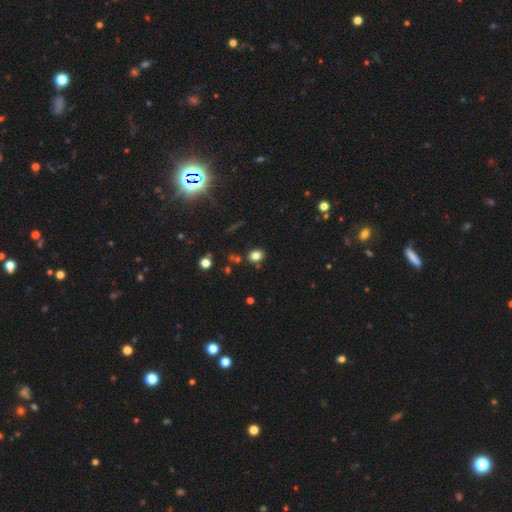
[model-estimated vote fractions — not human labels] Smooth or featured: smooth — 80% (star or artifact — 14%)
How rounded: round — 52% (in between — 47%)
Merging: none — 79% (minor disturbance — 12%)